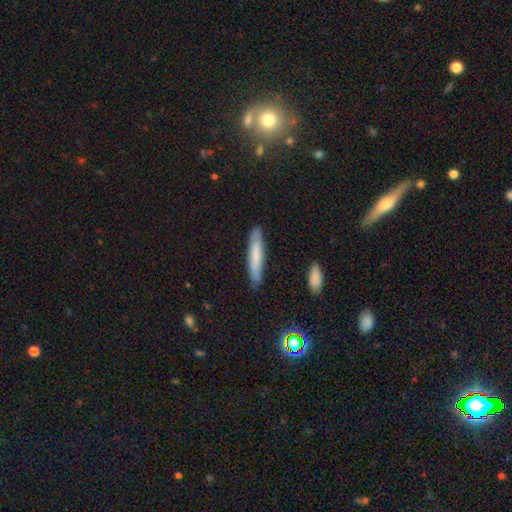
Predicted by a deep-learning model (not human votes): smooth 69%, featured or disk 23%, star or artifact 8%. Down the decision tree: how rounded — cigar-shaped (89%); merging — none (85%).